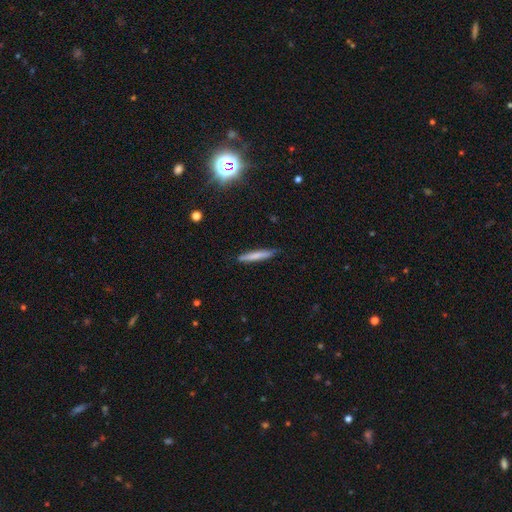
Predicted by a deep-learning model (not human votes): Smooth or featured? Predicted: smooth (p=0.73). How rounded? Predicted: cigar-shaped (p=0.94). Merging? Predicted: none (p=0.83).